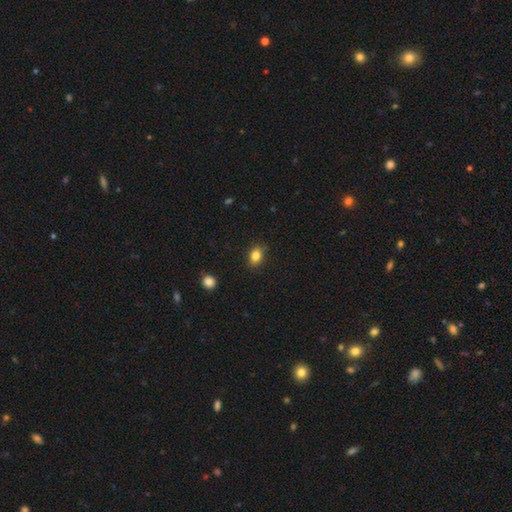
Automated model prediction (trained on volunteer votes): A smooth galaxy with no disk features (83%) that is in between round and cigar-shaped (69%). Merging: none (83%).